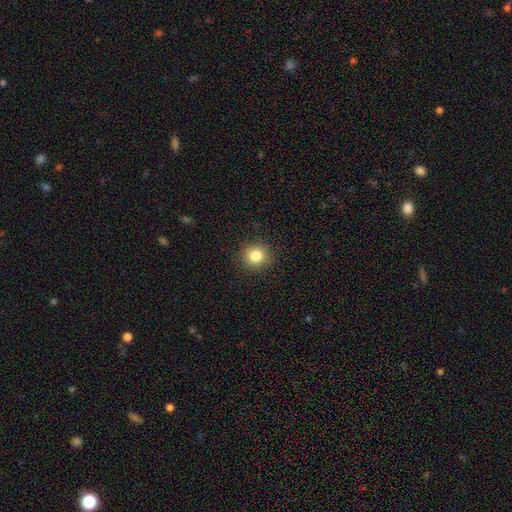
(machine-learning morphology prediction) The model was most divided on "smooth or featured": smooth: 83%, star or artifact: 11%, featured or disk: 6%. More confident: merging — none (91%); how rounded — round (91%).